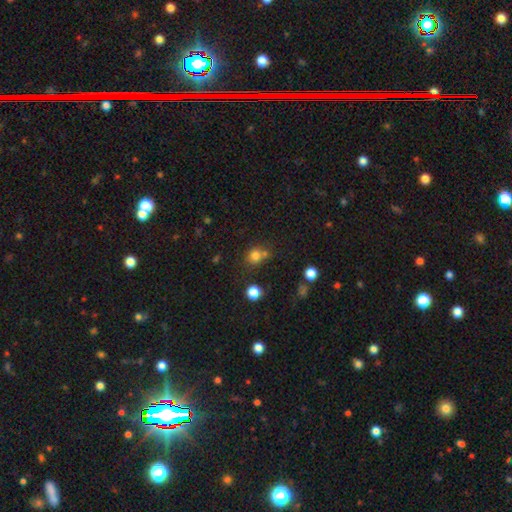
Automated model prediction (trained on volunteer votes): Overall: smooth (76%). How rounded: round (79%). Merging: none (56%; merger 26%).